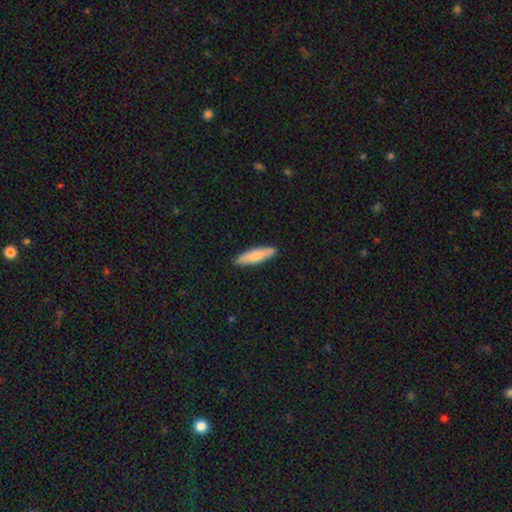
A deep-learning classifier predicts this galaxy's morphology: Smooth or featured? smooth (74%)
How rounded? cigar-shaped (74%)
Merging? none (89%)